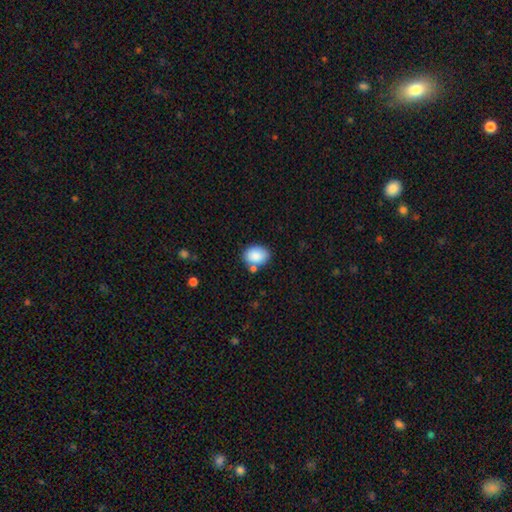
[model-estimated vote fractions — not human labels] Overall: smooth (88%). How rounded: in between (62%; round 37%). Merging: none (72%).